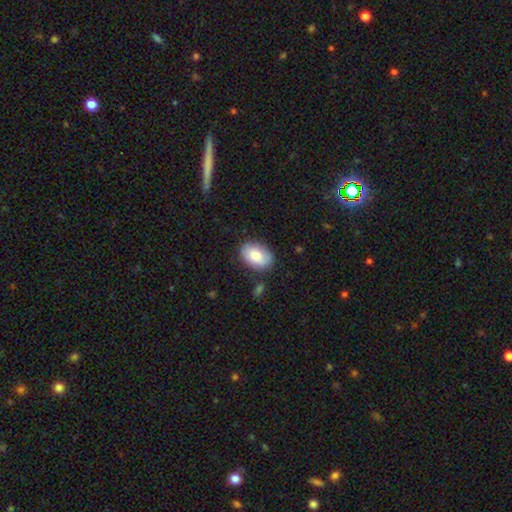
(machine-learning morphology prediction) Overall: smooth (79%). How rounded: in between (85%). Merging: none (79%).